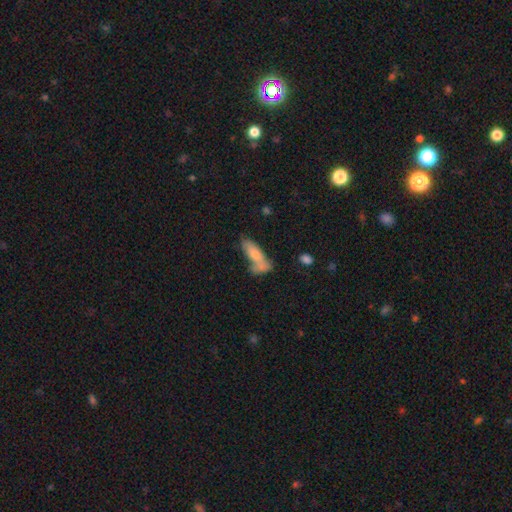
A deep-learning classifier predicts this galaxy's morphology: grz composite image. It shows a smooth galaxy with no disk features (71%) that is in between round and cigar-shaped (60%). Merging: merger (40%).